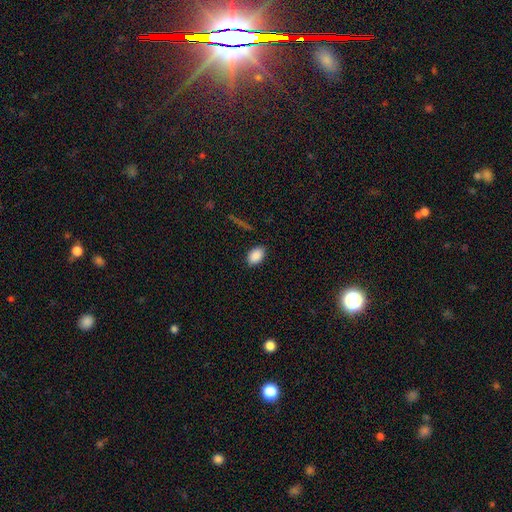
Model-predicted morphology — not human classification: Q: Smooth or featured?
A: smooth (89%); runner-up: star or artifact (8%)
Q: How rounded?
A: in between (88%); runner-up: round (10%)
Q: Merging?
A: none (86%); runner-up: minor disturbance (10%)